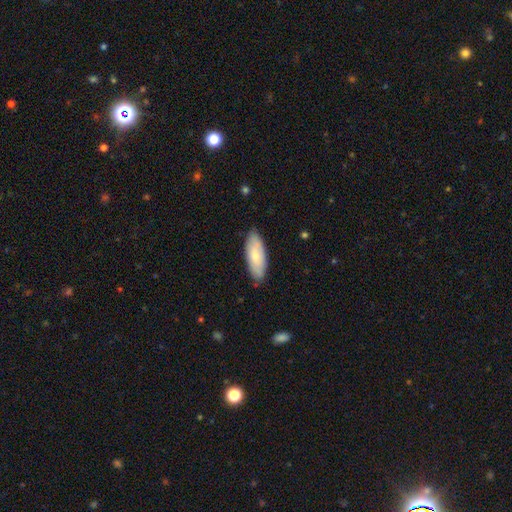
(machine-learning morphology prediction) Smooth or featured?
  - smooth: 72% *
  - featured or disk: 22%
  - star or artifact: 5%
How rounded?
  - in between: 77% *
  - cigar-shaped: 21%
  - round: 2%
Merging?
  - none: 83% *
  - minor disturbance: 14%
  - major disturbance: 2%
  - merger: 1%